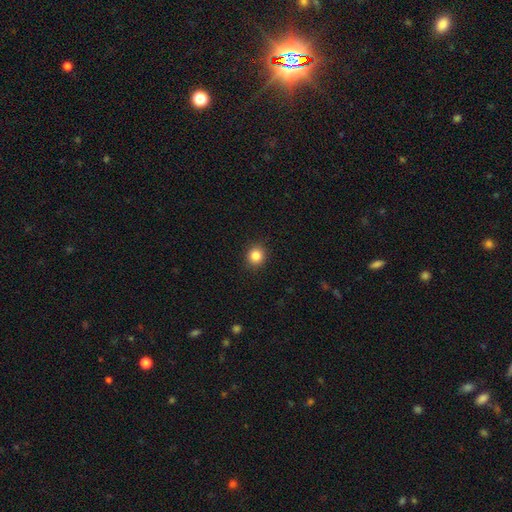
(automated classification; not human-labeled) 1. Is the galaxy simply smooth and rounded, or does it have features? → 84% smooth, 11% star or artifact, 5% featured or disk.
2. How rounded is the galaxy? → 88% round, 11% in between, 1% cigar-shaped.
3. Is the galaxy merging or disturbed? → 92% none, 5% minor disturbance, 2% major disturbance, 1% merger.